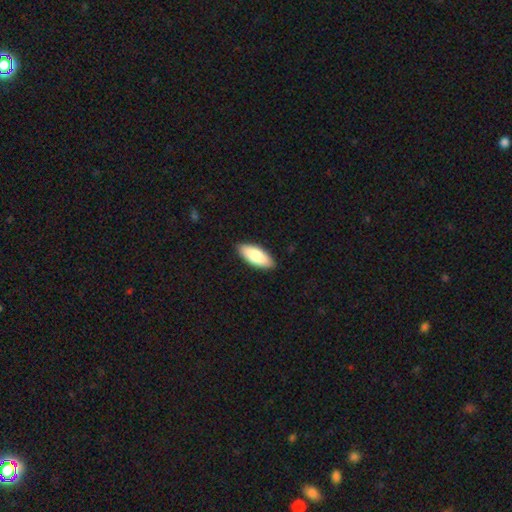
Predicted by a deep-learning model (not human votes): Smooth or featured: smooth — 85% (featured or disk — 10%)
How rounded: in between — 83% (cigar-shaped — 15%)
Merging: none — 89% (minor disturbance — 9%)